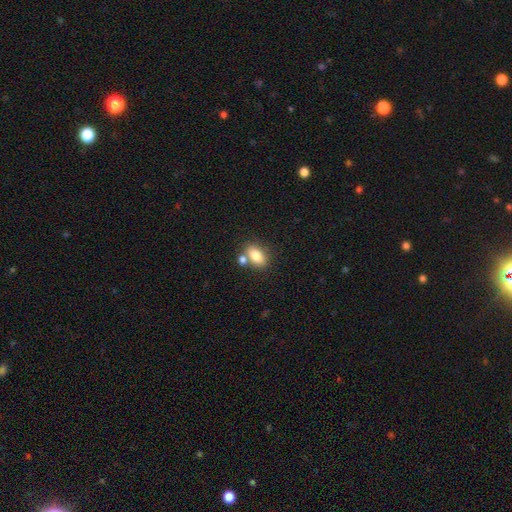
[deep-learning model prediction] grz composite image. It shows a smooth galaxy with no disk features (81%) that is in between round and cigar-shaped (86%). Merging: none (58%).